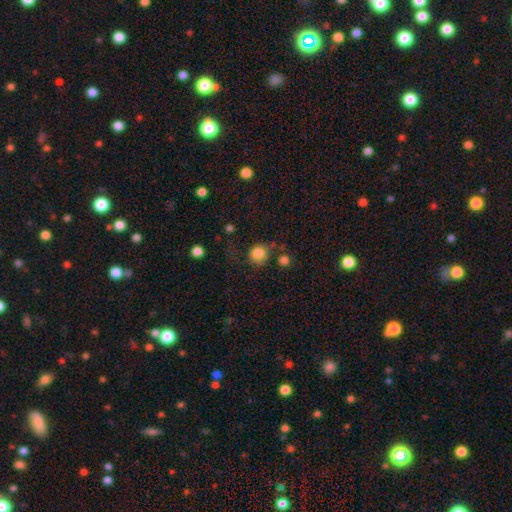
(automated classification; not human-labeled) Smooth or featured?
  - smooth: 78% *
  - star or artifact: 14%
  - featured or disk: 8%
How rounded?
  - round: 89% *
  - in between: 10%
  - cigar-shaped: 1%
Merging?
  - none: 70% *
  - minor disturbance: 15%
  - major disturbance: 8%
  - merger: 6%